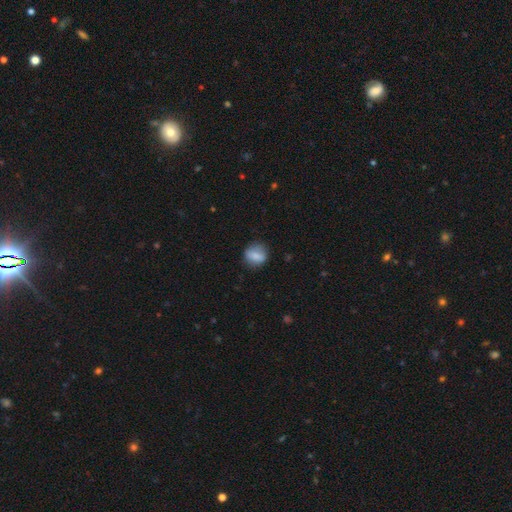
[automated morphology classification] smooth-or-featured: smooth: 79% | featured or disk: 13% | star or artifact: 8%
  how-rounded: round: 61% | in between: 37% | cigar-shaped: 2%
  merging: none: 76% | minor disturbance: 18% | major disturbance: 5% | merger: 1%